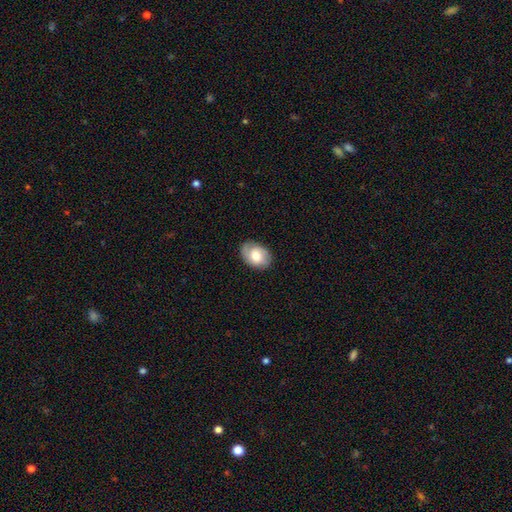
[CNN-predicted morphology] smooth_or_featured: smooth (p=0.65) [alt: featured or disk p=0.29]
how_rounded: in between (p=0.80) [alt: round p=0.18]
merging: none (p=0.80) [alt: minor disturbance p=0.15]